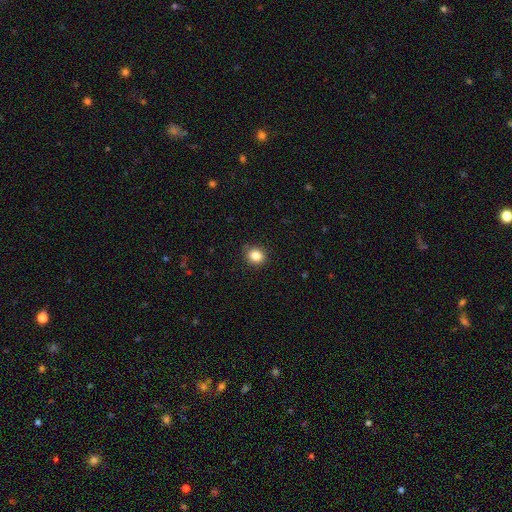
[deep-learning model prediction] smooth_or_featured: smooth (p=0.85) [alt: star or artifact p=0.11]
how_rounded: round (p=0.81) [alt: in between p=0.18]
merging: none (p=0.88) [alt: minor disturbance p=0.09]